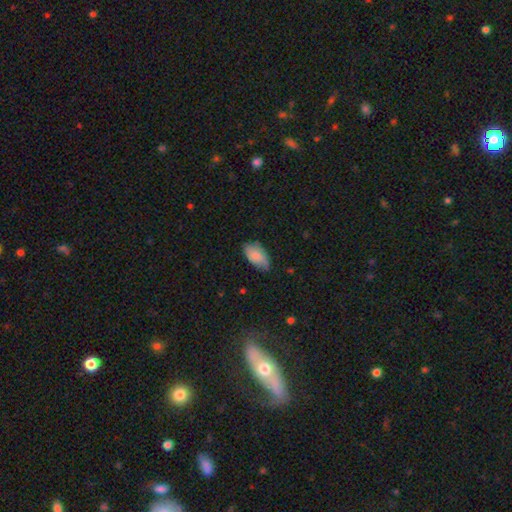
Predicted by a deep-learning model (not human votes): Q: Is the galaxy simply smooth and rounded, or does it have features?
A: smooth — 76%.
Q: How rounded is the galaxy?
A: in between — 94%.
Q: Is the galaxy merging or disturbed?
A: none — 62%.